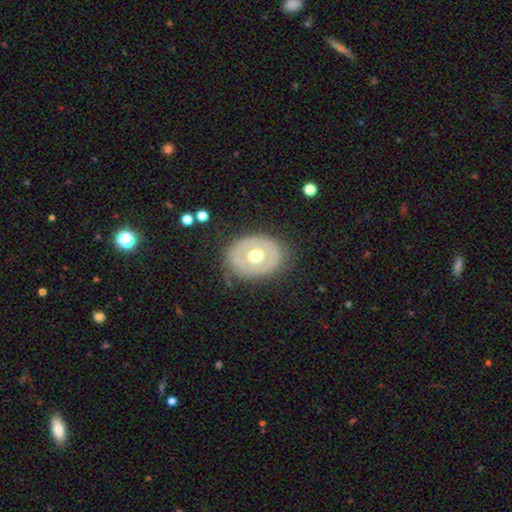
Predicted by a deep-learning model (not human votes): A featured or disk galaxy (48%).

Vote fractions:
- Smooth or featured? featured or disk: 48% / smooth: 46% / star or artifact: 6%
- Merging? none: 75% / minor disturbance: 16% / major disturbance: 7% / merger: 2%